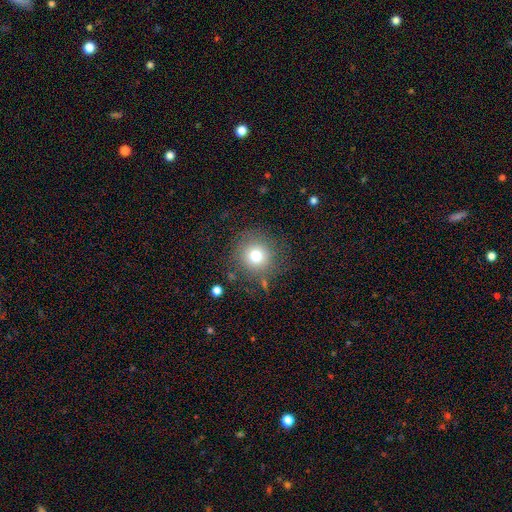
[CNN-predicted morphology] This appears to be a smooth galaxy with no disk features (74%) that is round (94%). Merging: none (82%).